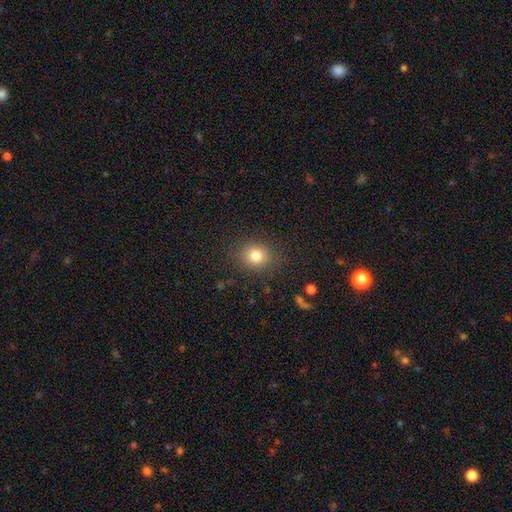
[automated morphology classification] This appears to be a smooth galaxy with no disk features (80%) that is round (70%). Merging: none (85%).